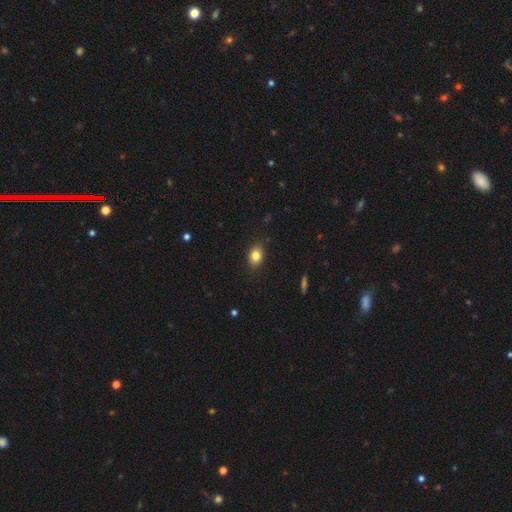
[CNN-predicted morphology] The model was most divided on "how rounded": in between: 72%, round: 27%, cigar-shaped: 2%. More confident: merging — none (85%); smooth or featured — smooth (82%).